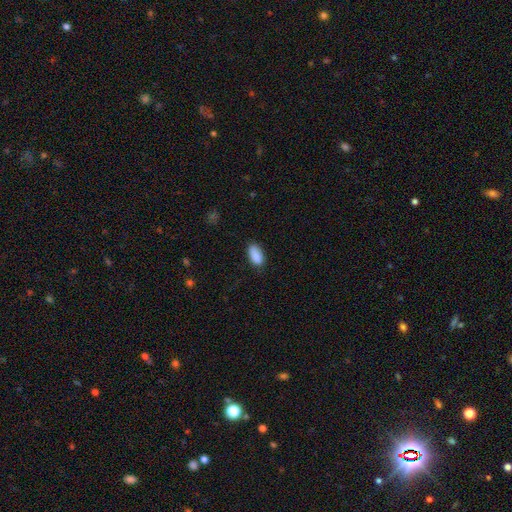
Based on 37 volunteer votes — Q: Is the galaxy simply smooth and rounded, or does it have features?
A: smooth — 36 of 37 (97%).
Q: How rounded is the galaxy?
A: in between — 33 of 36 (92%).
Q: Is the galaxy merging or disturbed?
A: none — 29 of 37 (78%).